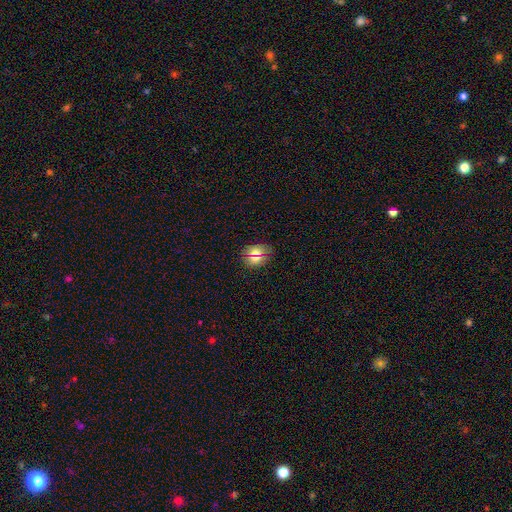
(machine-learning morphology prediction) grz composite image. It shows a smooth galaxy with no disk features (70%) that is in between round and cigar-shaped (51%). Merging: none (85%).